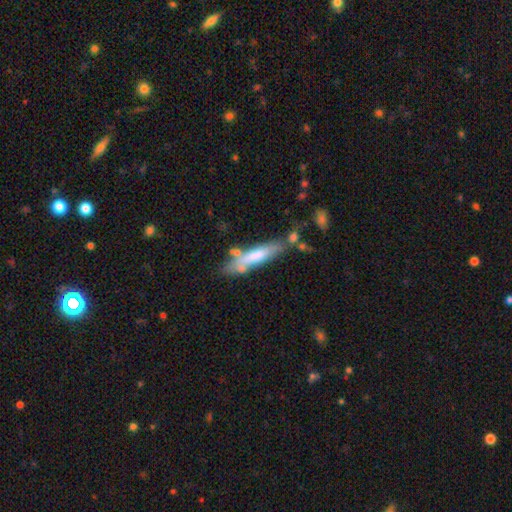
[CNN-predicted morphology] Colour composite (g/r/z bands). It shows a smooth galaxy with no disk features (57%) that is cigar-shaped (83%). Merging: none (50%).